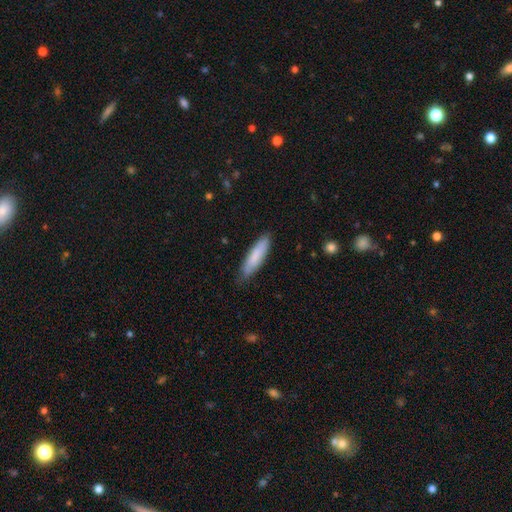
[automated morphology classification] Smooth or featured: smooth — 80% (featured or disk — 14%)
How rounded: cigar-shaped — 74% (in between — 25%)
Merging: none — 79% (minor disturbance — 17%)